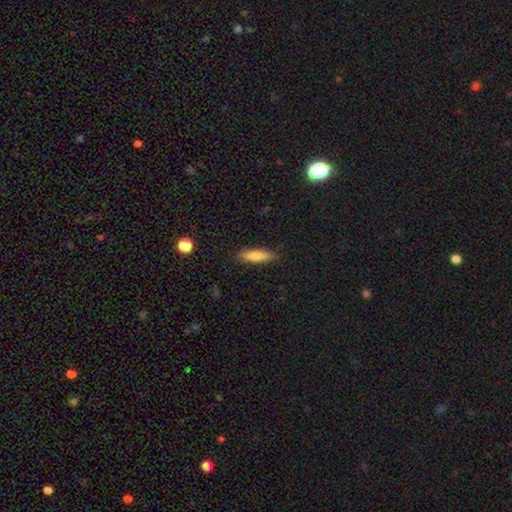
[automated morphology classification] Smooth or featured? smooth (74%)
How rounded? cigar-shaped (68%)
Merging? none (85%)